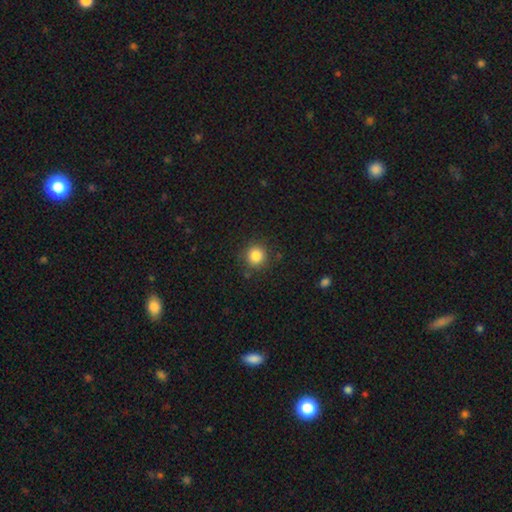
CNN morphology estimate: Q: Smooth or featured?
A: smooth (84%); runner-up: star or artifact (11%)
Q: How rounded?
A: round (92%); runner-up: in between (7%)
Q: Merging?
A: none (86%); runner-up: minor disturbance (9%)